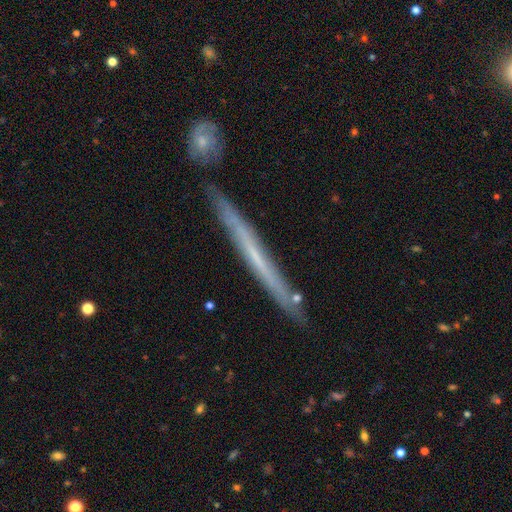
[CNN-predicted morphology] type=featured or disk (62%); edge-on=yes (94%); edge-on bulge=none (88%); merging=none (84%).